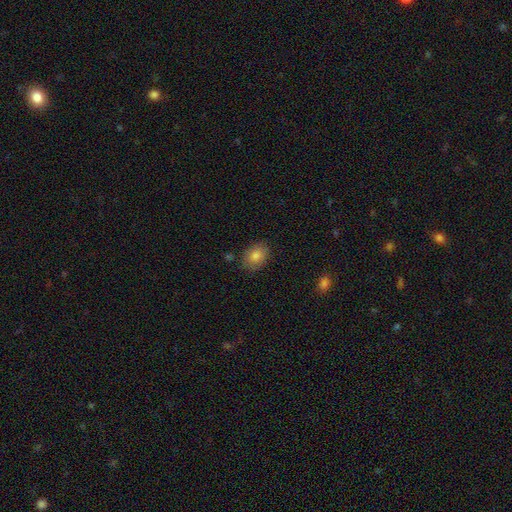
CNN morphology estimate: Q: Smooth or featured?
A: smooth (81%); runner-up: featured or disk (10%)
Q: How rounded?
A: in between (71%); runner-up: round (28%)
Q: Merging?
A: none (83%); runner-up: minor disturbance (12%)